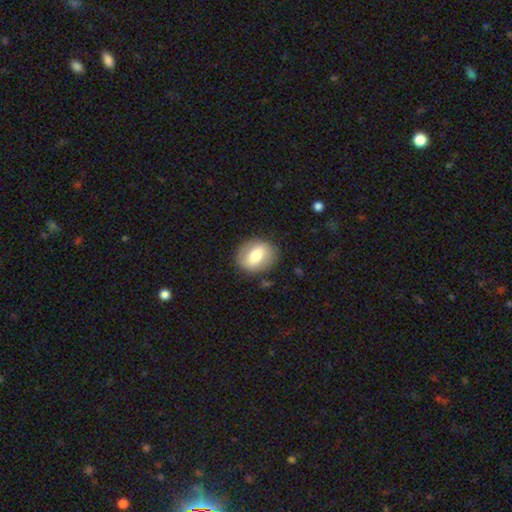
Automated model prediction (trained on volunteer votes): Smooth or featured? Predicted: smooth (p=0.65). How rounded? Predicted: in between (p=0.51). Merging? Predicted: none (p=0.83).